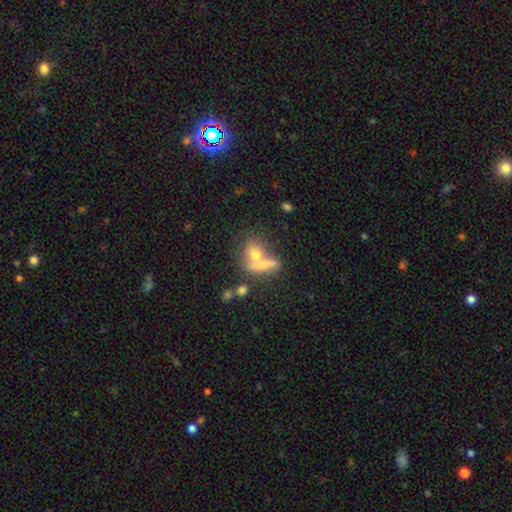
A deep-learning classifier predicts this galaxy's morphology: smooth-or-featured: smooth: 63% | featured or disk: 26% | star or artifact: 11%
  how-rounded: in between: 50% | round: 37% | cigar-shaped: 13%
  merging: merger: 54% | none: 31% | minor disturbance: 9% | major disturbance: 6%